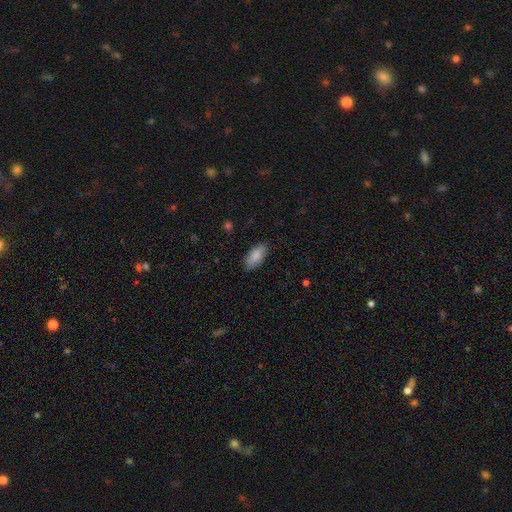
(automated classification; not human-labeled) Smooth or featured: smooth — 87% (featured or disk — 7%)
How rounded: in between — 89% (cigar-shaped — 9%)
Merging: none — 86% (minor disturbance — 11%)